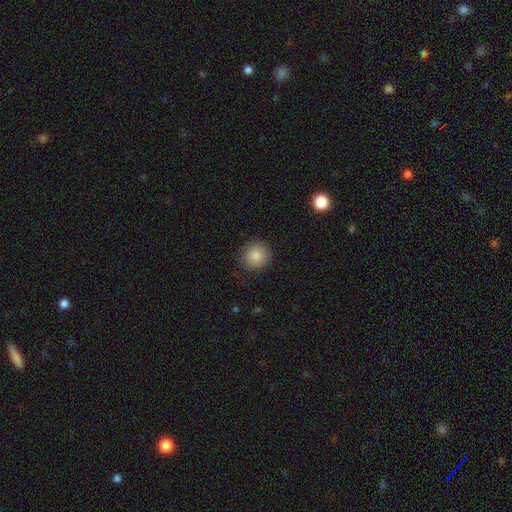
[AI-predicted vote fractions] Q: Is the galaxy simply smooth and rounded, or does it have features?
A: smooth — 86%.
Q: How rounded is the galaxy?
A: round — 92%.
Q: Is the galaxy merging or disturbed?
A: none — 87%.